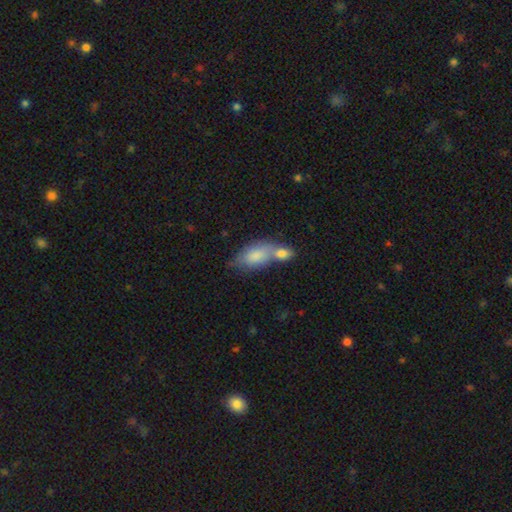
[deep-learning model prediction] The model was most divided on "merging": merger: 52%, none: 29%, minor disturbance: 13%, major disturbance: 6%. More confident: how rounded — in between (91%); smooth or featured — smooth (81%).